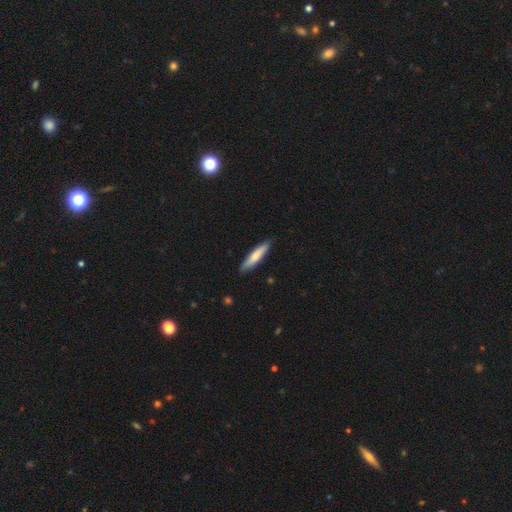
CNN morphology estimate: The model was most divided on "smooth or featured": smooth: 72%, featured or disk: 23%, star or artifact: 5%. More confident: merging — none (88%); how rounded — cigar-shaped (86%).